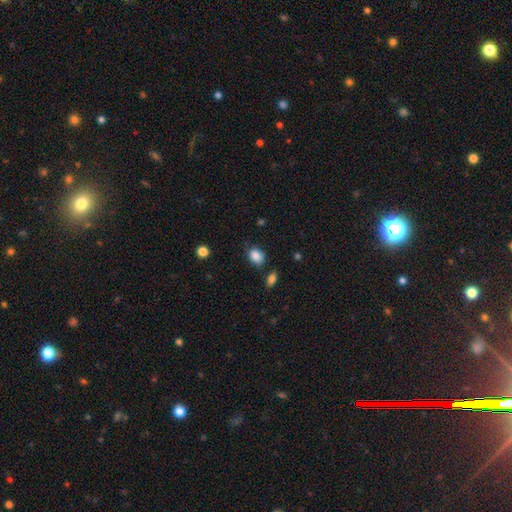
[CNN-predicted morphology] smooth_or_featured: smooth (p=0.86) [alt: star or artifact p=0.09]
how_rounded: in between (p=0.61) [alt: round p=0.38]
merging: none (p=0.70) [alt: minor disturbance p=0.21]